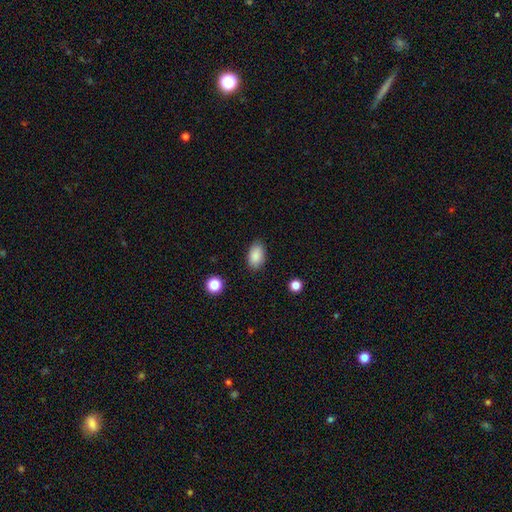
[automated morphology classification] A smooth galaxy with no disk features (88%) that is in between round and cigar-shaped (91%). Merging: none (85%).